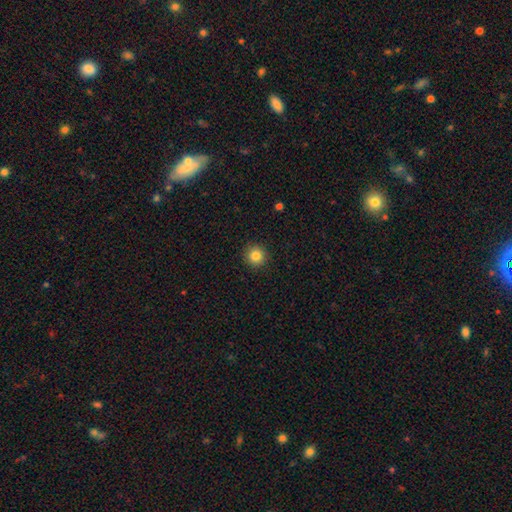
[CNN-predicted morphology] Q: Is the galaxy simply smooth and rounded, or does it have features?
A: smooth — 84%.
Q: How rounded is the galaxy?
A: round — 95%.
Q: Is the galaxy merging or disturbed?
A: none — 92%.